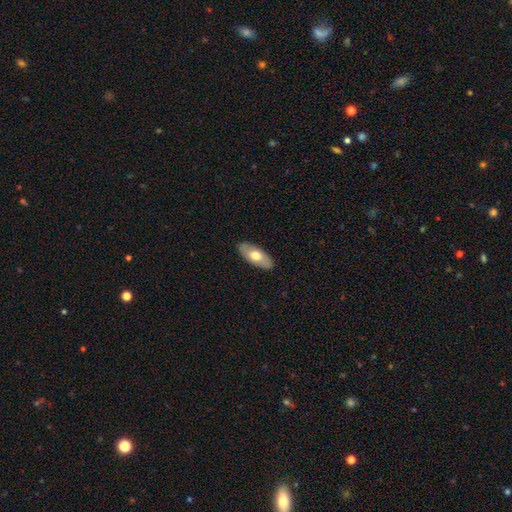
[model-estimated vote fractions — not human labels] Q: Smooth or featured?
A: smooth (63%); runner-up: featured or disk (32%)
Q: How rounded?
A: in between (89%); runner-up: cigar-shaped (8%)
Q: Merging?
A: none (89%); runner-up: minor disturbance (9%)